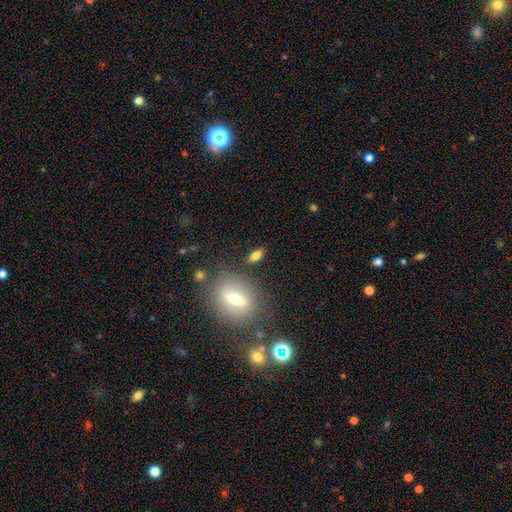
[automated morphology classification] A smooth galaxy with no disk features (71%) that is in between round and cigar-shaped (65%). Merging: none (79%).